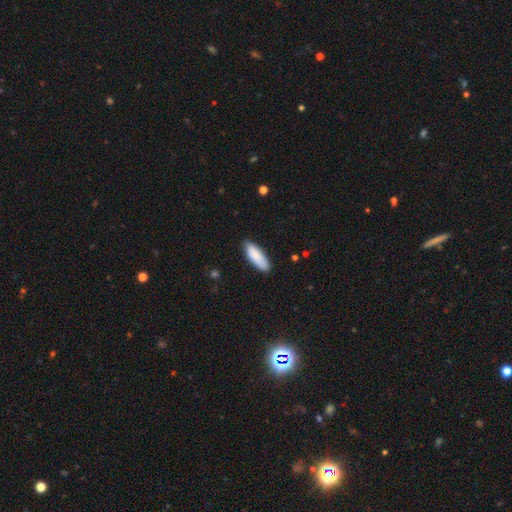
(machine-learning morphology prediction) Smooth or featured? smooth (88%)
How rounded? in between (66%)
Merging? none (83%)